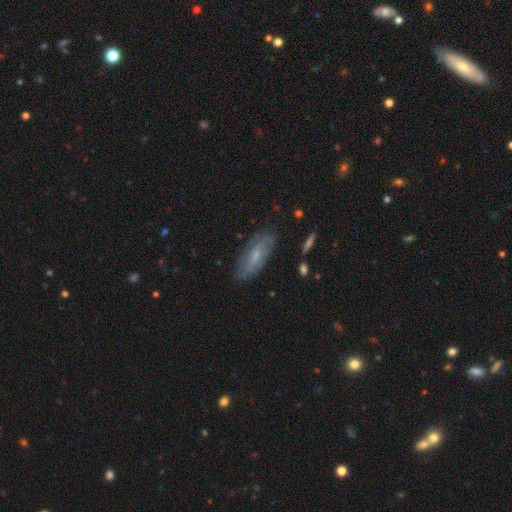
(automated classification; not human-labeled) A featured or disk galaxy (46%, tied with smooth).

Vote fractions:
- Smooth or featured? featured or disk: 46% (tied) / smooth: 46% (tied) / star or artifact: 8%
- Merging? none: 77% / minor disturbance: 17% / major disturbance: 4% / merger: 2%